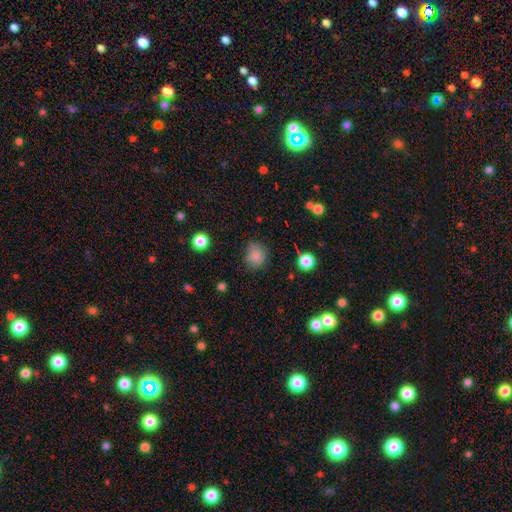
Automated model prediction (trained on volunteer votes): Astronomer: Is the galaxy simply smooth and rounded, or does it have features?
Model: smooth — 83%.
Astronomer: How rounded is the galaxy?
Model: round — 78%.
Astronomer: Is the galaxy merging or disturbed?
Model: none — 76%.